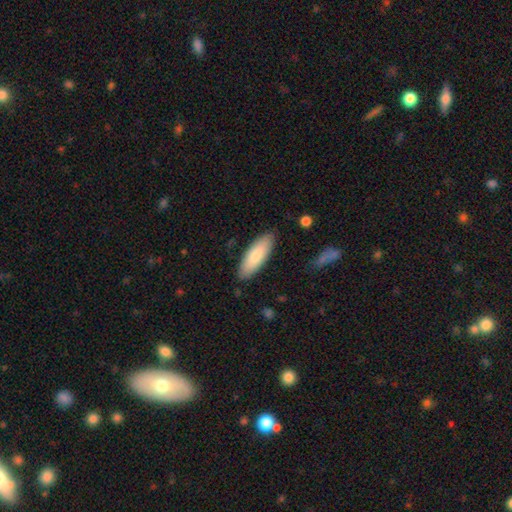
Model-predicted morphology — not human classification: This appears to be a smooth galaxy with no disk features (80%) that is in between round and cigar-shaped (67%). Merging: none (86%).